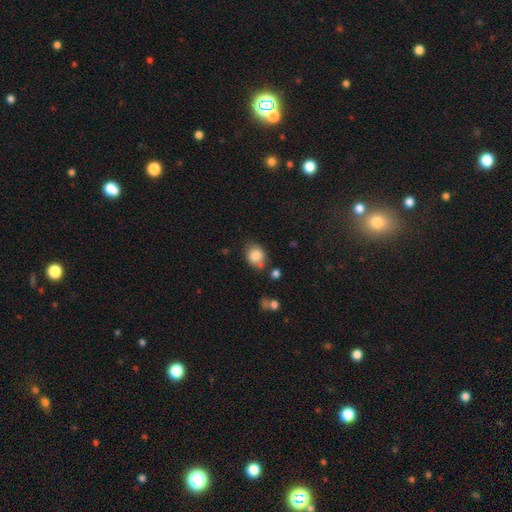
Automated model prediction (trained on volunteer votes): Smooth or featured?
  - smooth: 83% *
  - star or artifact: 9%
  - featured or disk: 8%
How rounded?
  - round: 57% *
  - in between: 42%
  - cigar-shaped: 1%
Merging?
  - none: 62% *
  - minor disturbance: 22%
  - merger: 11%
  - major disturbance: 6%